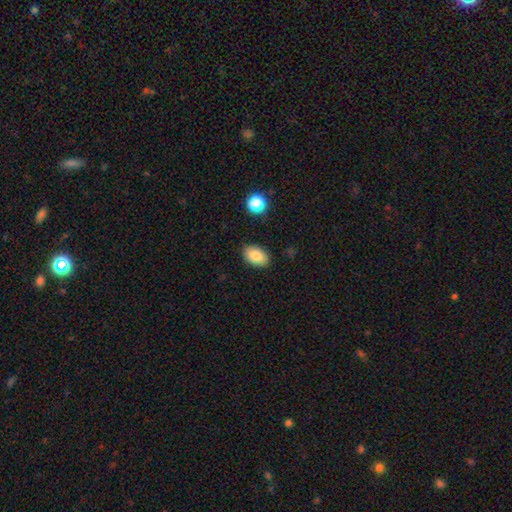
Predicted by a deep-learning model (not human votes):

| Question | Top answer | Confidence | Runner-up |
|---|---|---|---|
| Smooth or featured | smooth | 84% | star or artifact (8%) |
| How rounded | in between | 90% | round (9%) |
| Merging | none | 87% | minor disturbance (10%) |